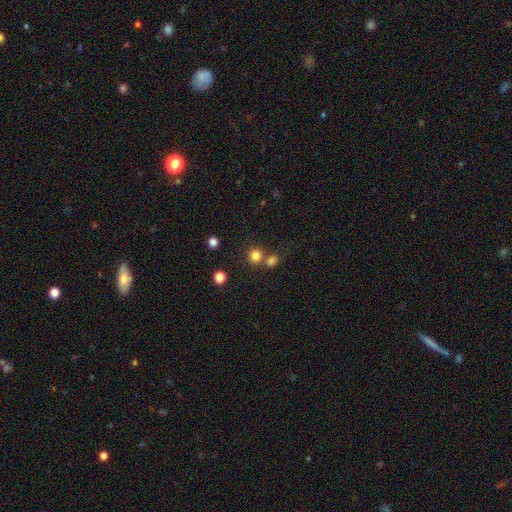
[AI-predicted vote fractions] A smooth galaxy with no disk features (80%) that is round (86%). Merging: none (62%).